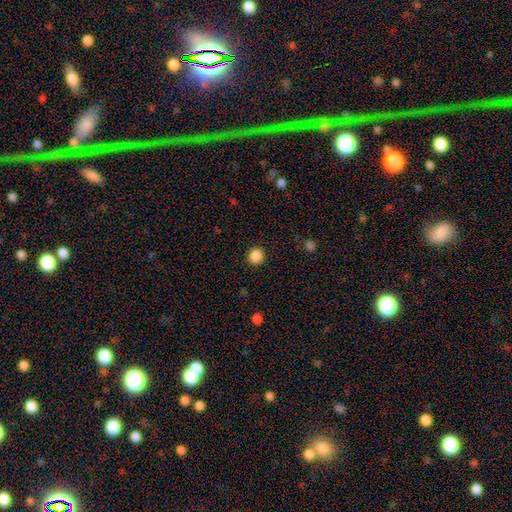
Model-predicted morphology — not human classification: smooth 87%, star or artifact 10%, featured or disk 3%. Down the decision tree: how rounded — round (89%); merging — none (91%).